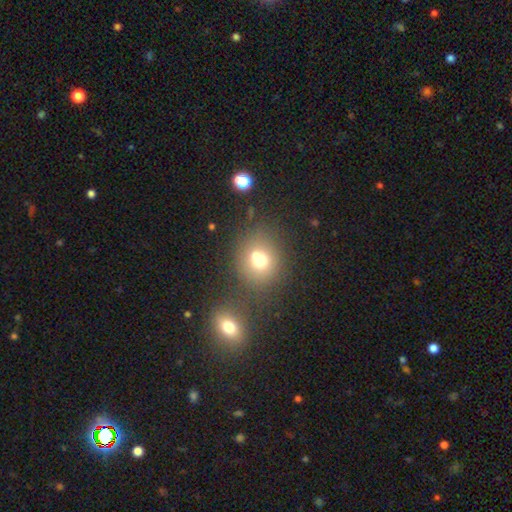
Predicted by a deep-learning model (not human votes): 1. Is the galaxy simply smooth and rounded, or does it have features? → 67% smooth, 16% star or artifact, 16% featured or disk.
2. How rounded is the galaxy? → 71% round, 28% in between, 1% cigar-shaped.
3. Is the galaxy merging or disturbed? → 53% none, 28% merger, 12% minor disturbance, 7% major disturbance.